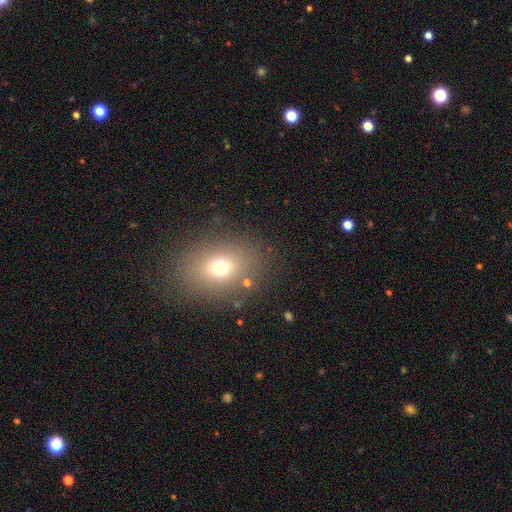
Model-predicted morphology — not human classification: A smooth galaxy with no disk features (68%) that is in between round and cigar-shaped (65%).

Vote fractions:
- Smooth or featured? smooth: 68% / star or artifact: 19% / featured or disk: 13%
- How rounded? in between: 65% / round: 34% / cigar-shaped: 1%
- Merging? none: 85% / minor disturbance: 9% / major disturbance: 4% / merger: 2%